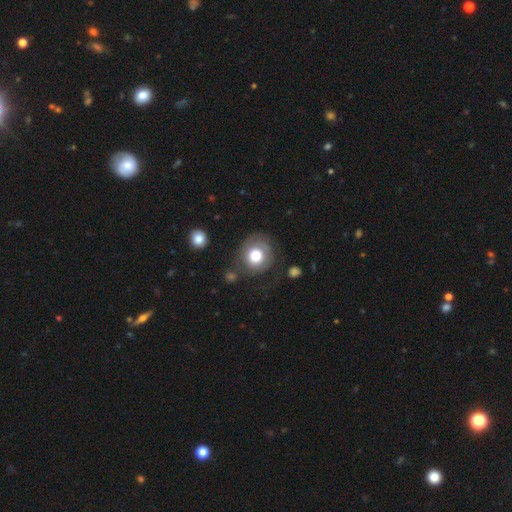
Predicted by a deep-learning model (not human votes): A smooth galaxy with no disk features (72%) that is round (84%).

Vote fractions:
- Smooth or featured? smooth: 72% / featured or disk: 19% / star or artifact: 9%
- How rounded? round: 84% / in between: 15% / cigar-shaped: 1%
- Merging? none: 68% / minor disturbance: 17% / major disturbance: 12% / merger: 4%